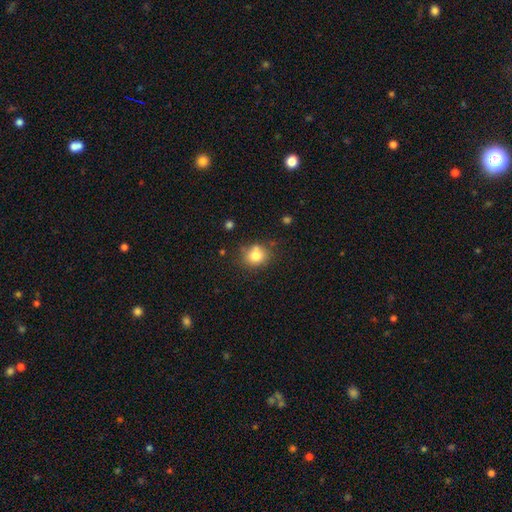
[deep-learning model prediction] Morphology: type=smooth (80%); roundness=round (74%); merging=none (68%).